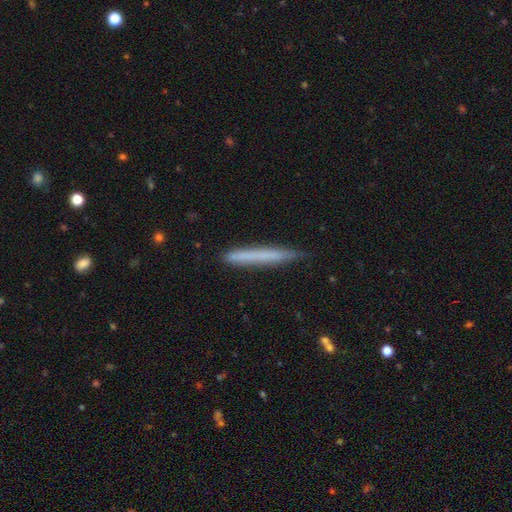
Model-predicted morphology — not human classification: smooth 65%, featured or disk 28%, star or artifact 7%. Down the decision tree: how rounded — cigar-shaped (97%); merging — none (89%).